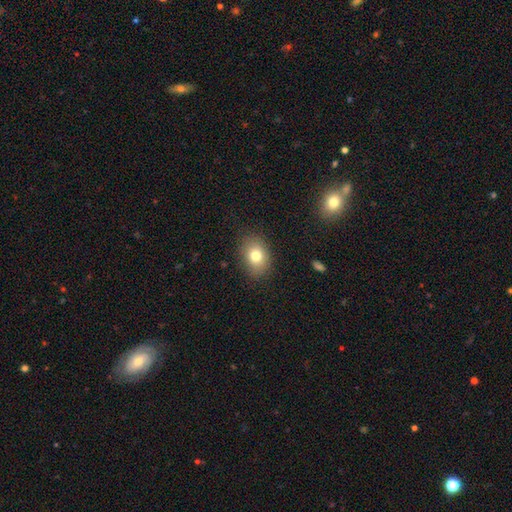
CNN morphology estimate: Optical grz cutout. It shows a smooth galaxy with no disk features (76%) that is in between round and cigar-shaped (70%). Merging: none (85%).